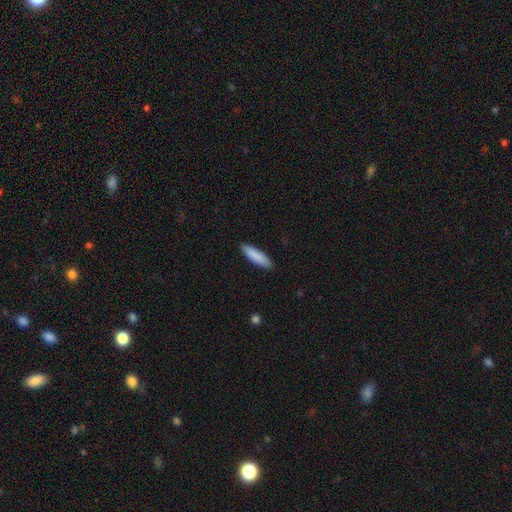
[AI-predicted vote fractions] This appears to be a smooth galaxy with no disk features (88%) that is cigar-shaped (70%). Merging: none (89%).